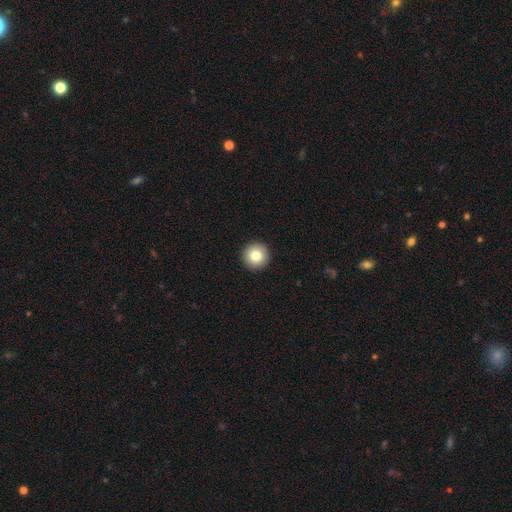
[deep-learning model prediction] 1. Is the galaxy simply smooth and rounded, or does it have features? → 82% smooth, 9% star or artifact, 9% featured or disk.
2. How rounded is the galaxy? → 96% round, 3% in between, 1% cigar-shaped.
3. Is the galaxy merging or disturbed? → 94% none, 4% minor disturbance, 1% major disturbance, 1% merger.